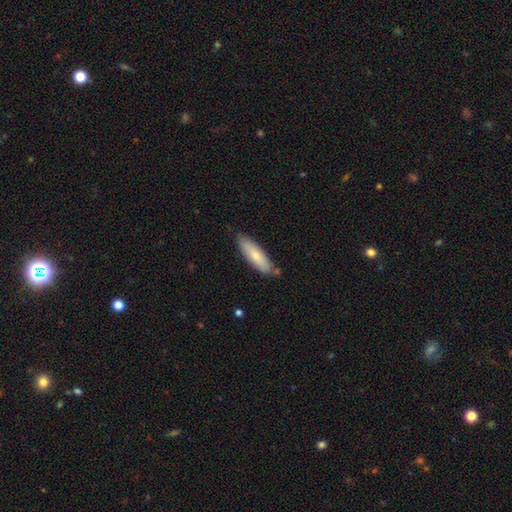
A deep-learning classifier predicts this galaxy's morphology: smooth 73%, featured or disk 22%, star or artifact 6%. Down the decision tree: how rounded — cigar-shaped (57%); merging — none (77%).